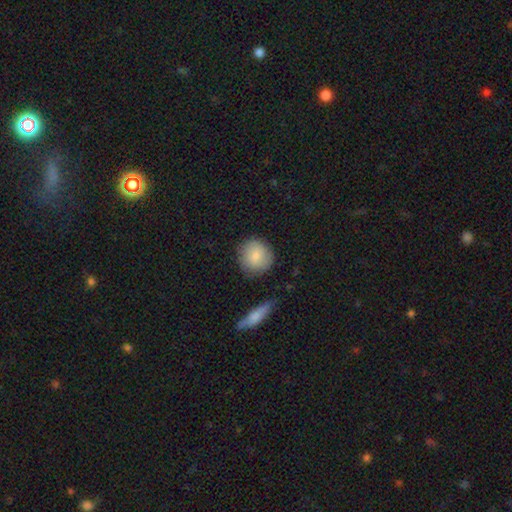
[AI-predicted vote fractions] smooth 82%, featured or disk 12%, star or artifact 7%. Down the decision tree: how rounded — round (90%); merging — none (82%).